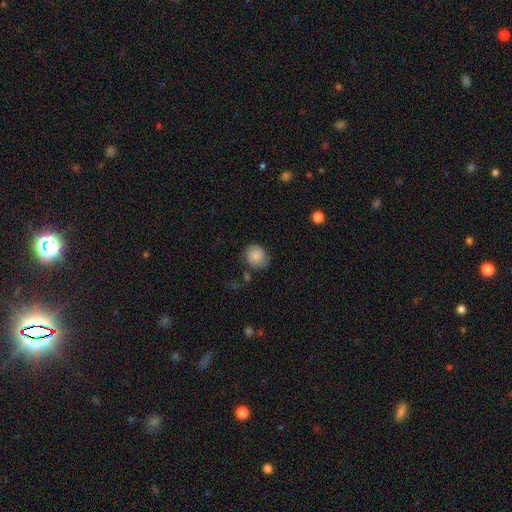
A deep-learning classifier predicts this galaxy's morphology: This appears to be a smooth galaxy with no disk features (83%) that is round (81%). Merging: none (67%).